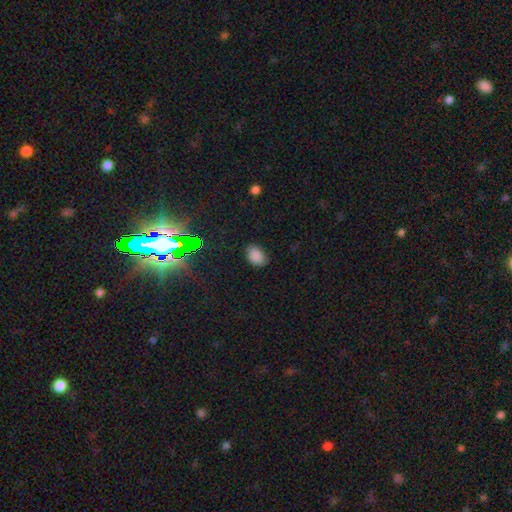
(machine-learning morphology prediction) A smooth galaxy with no disk features (83%) that is in between round and cigar-shaped (83%). Merging: none (80%).